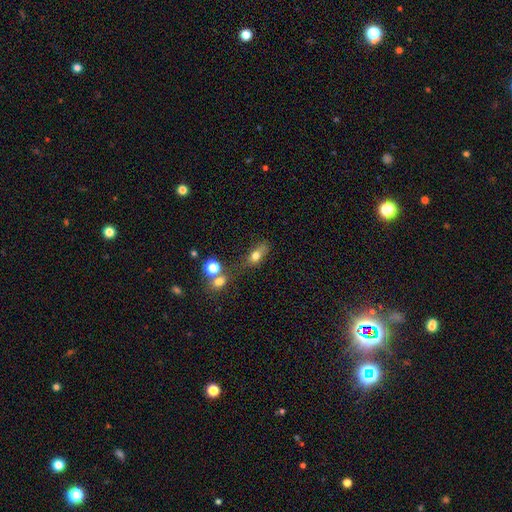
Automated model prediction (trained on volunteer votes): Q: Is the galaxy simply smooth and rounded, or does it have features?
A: smooth — 72%.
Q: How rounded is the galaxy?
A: in between — 64%.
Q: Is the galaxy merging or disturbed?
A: none — 46%.